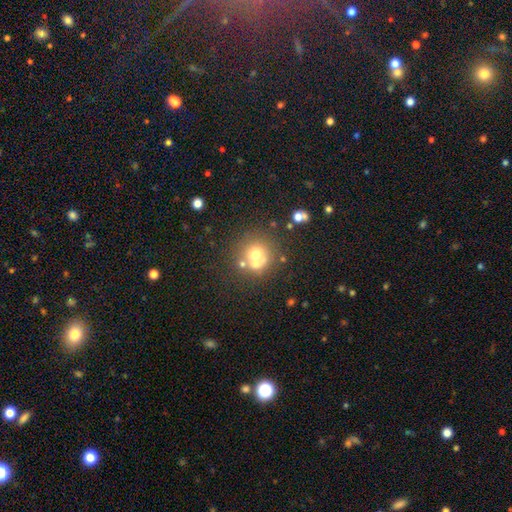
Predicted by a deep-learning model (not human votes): Smooth or featured: smooth — 61% (featured or disk — 24%)
How rounded: round — 89% (in between — 10%)
Merging: none — 51% (merger — 35%)